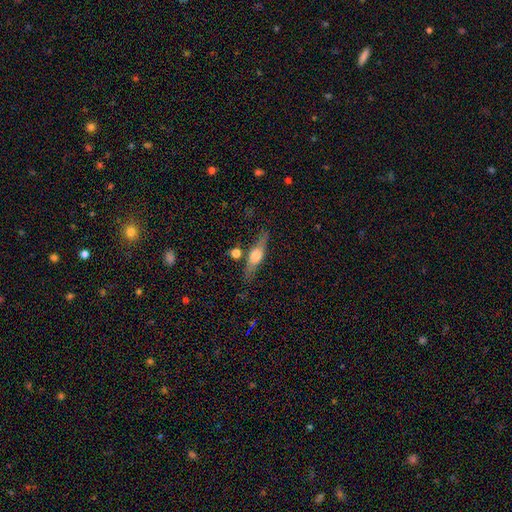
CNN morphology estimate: A featured or disk galaxy (55%) viewed edge-on (90%). Merging: none (74%).